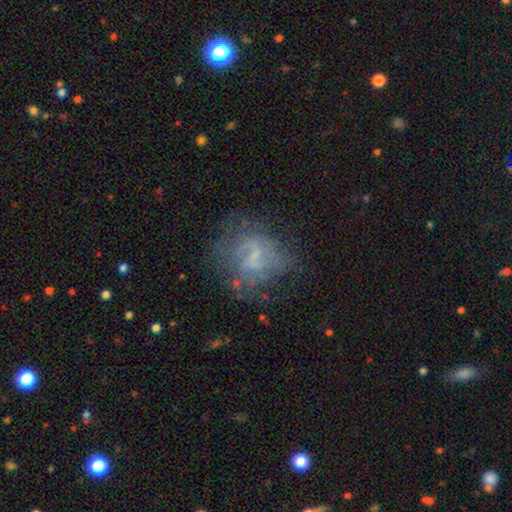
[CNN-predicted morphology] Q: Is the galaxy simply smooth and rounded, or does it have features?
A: featured or disk — 58%.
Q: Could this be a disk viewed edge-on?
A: no — 97%.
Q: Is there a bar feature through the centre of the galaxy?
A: no — 47%.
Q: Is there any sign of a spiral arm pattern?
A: no — 59%.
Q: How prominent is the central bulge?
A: small — 42%, tied with none.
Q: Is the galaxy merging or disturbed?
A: none — 51%.